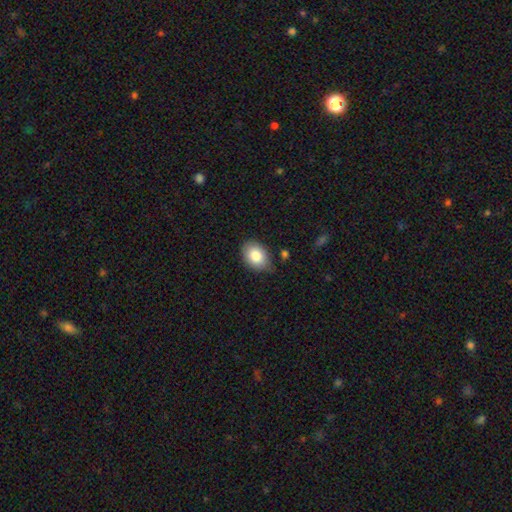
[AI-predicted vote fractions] smooth_or_featured: smooth (p=0.85) [alt: featured or disk p=0.08]
how_rounded: in between (p=0.81) [alt: round p=0.18]
merging: none (p=0.75) [alt: minor disturbance p=0.20]